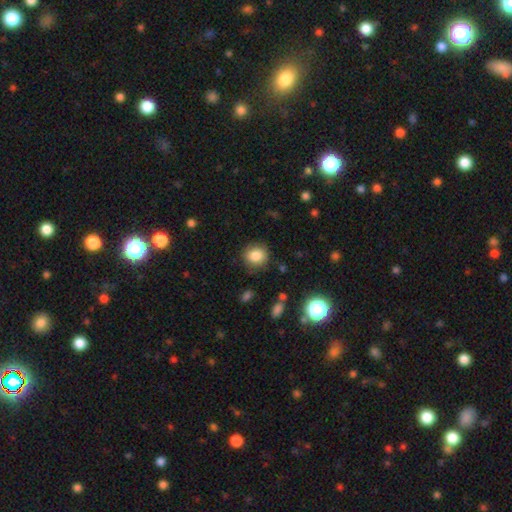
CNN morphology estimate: Smooth or featured?
  - smooth: 84% *
  - star or artifact: 10%
  - featured or disk: 5%
How rounded?
  - round: 79% *
  - in between: 20%
  - cigar-shaped: 1%
Merging?
  - none: 84% *
  - minor disturbance: 11%
  - major disturbance: 3%
  - merger: 2%